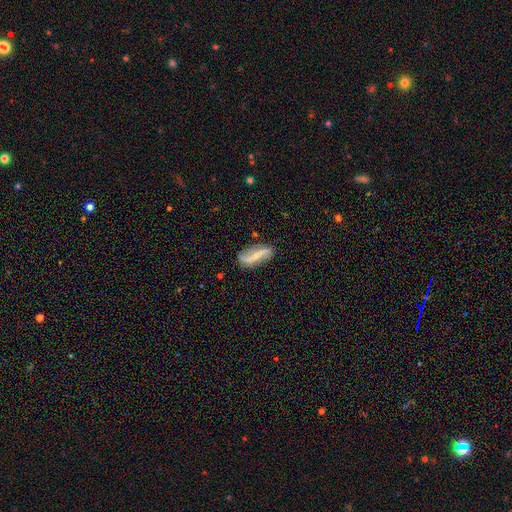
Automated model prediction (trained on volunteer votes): smooth-or-featured: featured or disk: 72% | smooth: 22% | star or artifact: 7%
  disk-edge-on: no: 87% | yes: 13%
    bar: strong: 52% | weak: 27% | no: 21%
    has-spiral-arms: yes: 86% | no: 14%
      spiral-winding: loose: 78% | medium: 14% | tight: 8%
      spiral-arm-count: 2: 90% | can't tell: 5% | 1: 3% | 3: 1% | 4: 1% | more than 4: 1%
    bulge-size: small: 67% | moderate: 22% | none: 8% | large: 1% | dominant: 1%
  merging: none: 77% | minor disturbance: 17% | major disturbance: 5% | merger: 2%